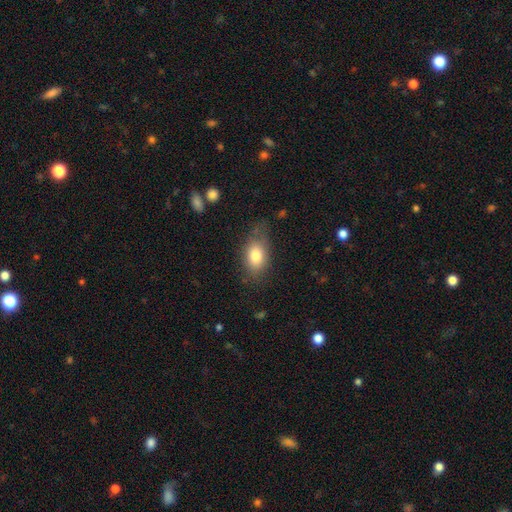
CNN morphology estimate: smooth_or_featured: smooth (p=0.79) [alt: featured or disk p=0.13]
how_rounded: in between (p=0.85) [alt: round p=0.13]
merging: none (p=0.65) [alt: minor disturbance p=0.24]